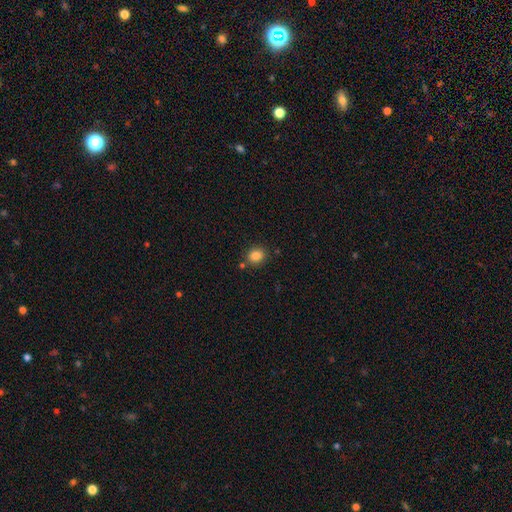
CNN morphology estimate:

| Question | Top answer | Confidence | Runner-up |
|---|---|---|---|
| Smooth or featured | smooth | 83% | star or artifact (11%) |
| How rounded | round | 73% | in between (26%) |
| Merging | none | 81% | minor disturbance (10%) |